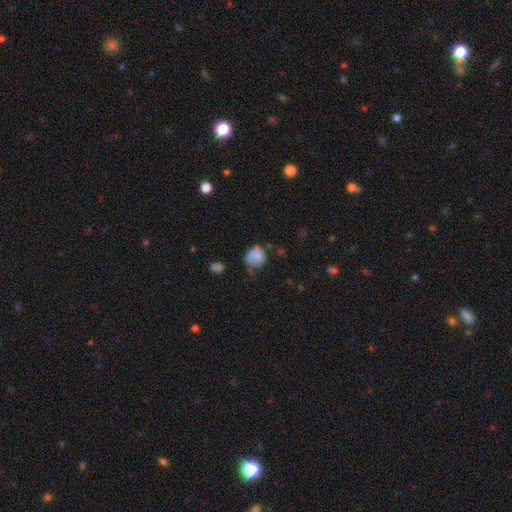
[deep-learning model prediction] Q: Smooth or featured?
A: smooth (80%); runner-up: featured or disk (11%)
Q: How rounded?
A: round (72%); runner-up: in between (28%)
Q: Merging?
A: none (48%); runner-up: minor disturbance (36%)